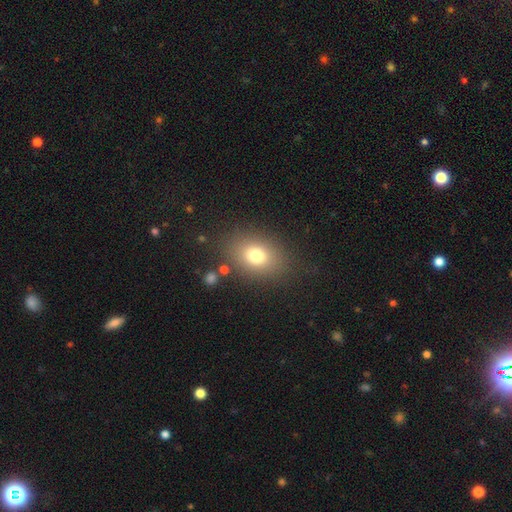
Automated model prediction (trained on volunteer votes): This is likely a smooth galaxy (76%). How rounded: likely in between (65%). Merging: clearly none (82%).